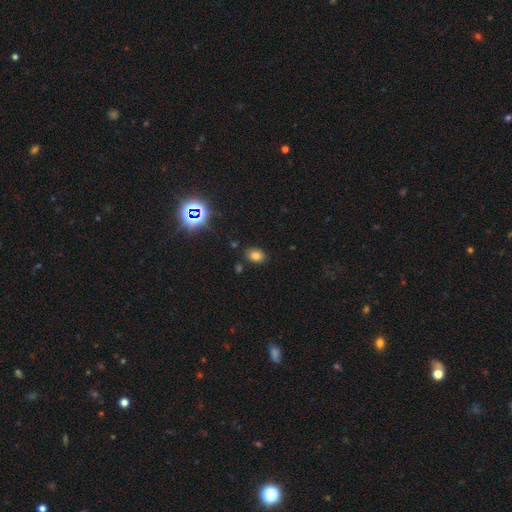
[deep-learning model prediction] Smooth or featured? Predicted: smooth (p=0.76). How rounded? Predicted: in between (p=0.75). Merging? Predicted: none (p=0.83).